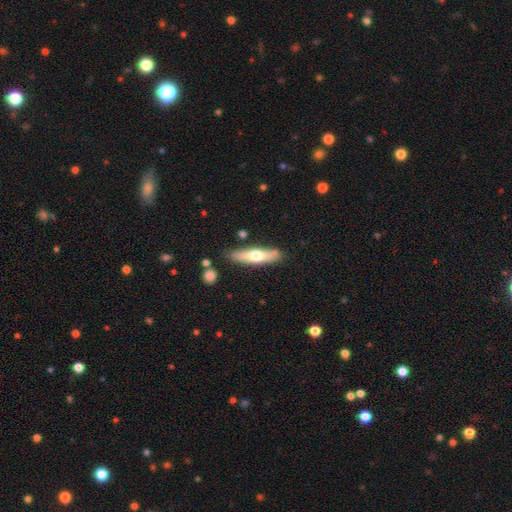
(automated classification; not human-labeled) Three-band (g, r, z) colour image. It shows a smooth galaxy with no disk features (52%) that is cigar-shaped (73%). Merging: none (81%).